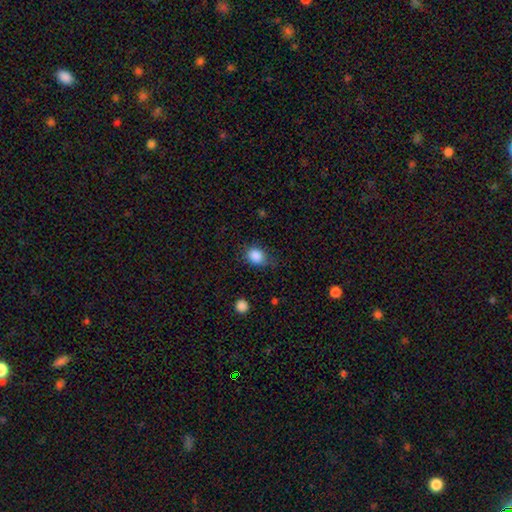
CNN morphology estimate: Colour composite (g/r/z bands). It shows a smooth galaxy with no disk features (86%) that is round (50%). Merging: none (65%).